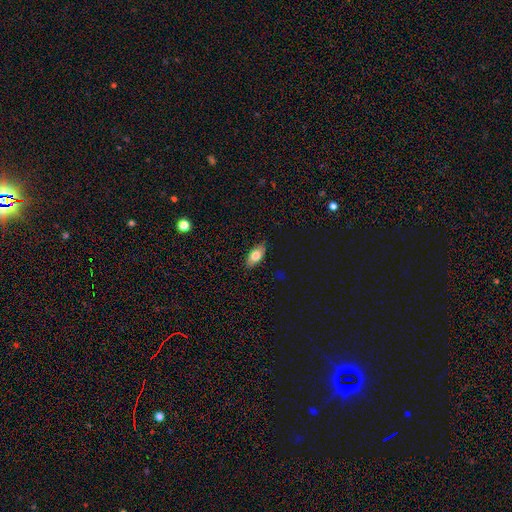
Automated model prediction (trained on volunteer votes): smooth_or_featured: smooth (p=0.77) [alt: featured or disk p=0.15]
how_rounded: in between (p=0.89) [alt: cigar-shaped p=0.07]
merging: none (p=0.86) [alt: minor disturbance p=0.11]